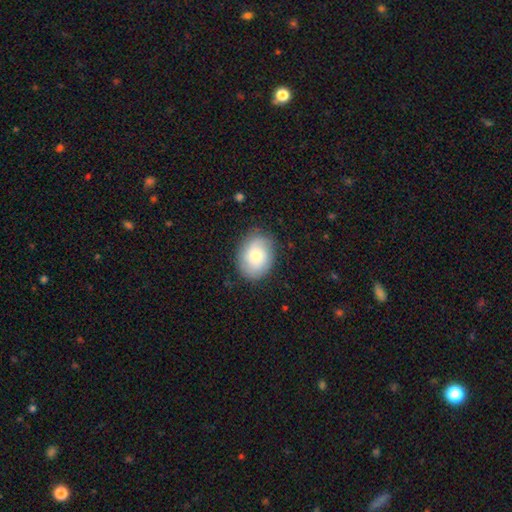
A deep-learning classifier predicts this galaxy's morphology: This appears to be a smooth galaxy with no disk features (67%) that is in between round and cigar-shaped (62%). Merging: none (82%).